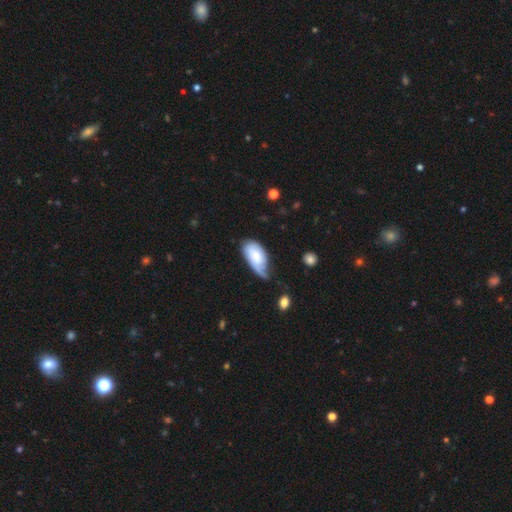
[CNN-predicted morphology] smooth_or_featured: smooth (p=0.58) [alt: featured or disk p=0.35]
how_rounded: in between (p=0.93) [alt: round p=0.04]
merging: minor disturbance (p=0.40) [alt: none p=0.32]